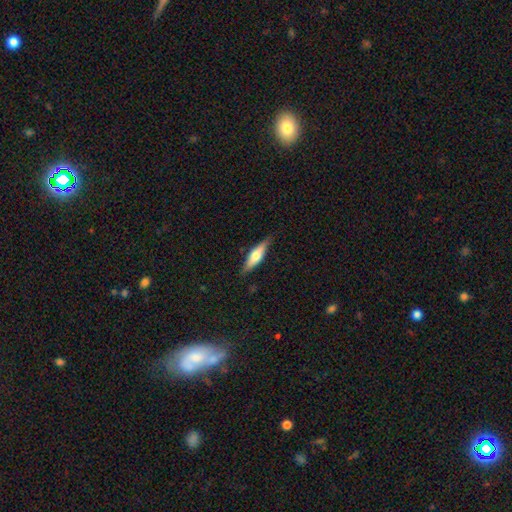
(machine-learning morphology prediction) smooth_or_featured: smooth (p=0.54) [alt: featured or disk p=0.41]
how_rounded: cigar-shaped (p=0.63) [alt: in between p=0.35]
merging: none (p=0.83) [alt: minor disturbance p=0.13]